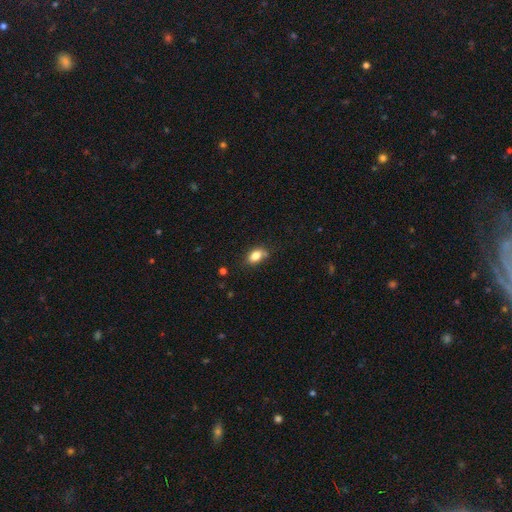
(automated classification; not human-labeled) smooth 83%, star or artifact 9%, featured or disk 8%. Down the decision tree: how rounded — in between (81%); merging — none (67%).